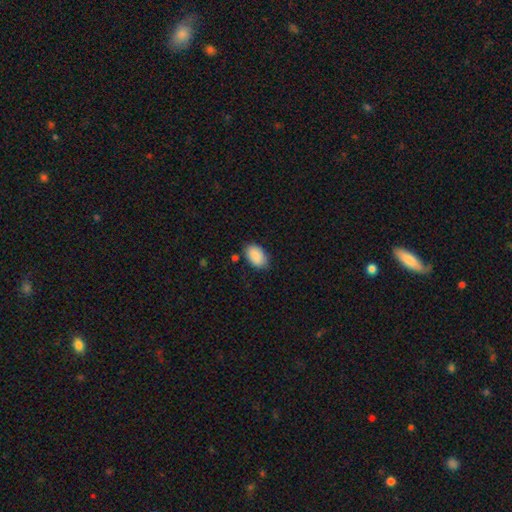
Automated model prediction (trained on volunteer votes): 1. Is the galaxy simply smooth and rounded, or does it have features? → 90% smooth, 6% star or artifact, 4% featured or disk.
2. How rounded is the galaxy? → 92% in between, 7% round, 1% cigar-shaped.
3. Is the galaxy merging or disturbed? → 79% none, 16% minor disturbance, 3% major disturbance, 2% merger.